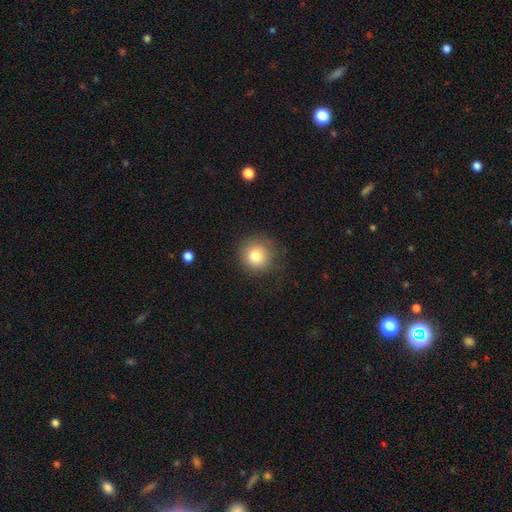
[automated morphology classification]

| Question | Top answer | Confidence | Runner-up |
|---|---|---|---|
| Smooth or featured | smooth | 82% | star or artifact (10%) |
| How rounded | round | 93% | in between (6%) |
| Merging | none | 79% | minor disturbance (14%) |